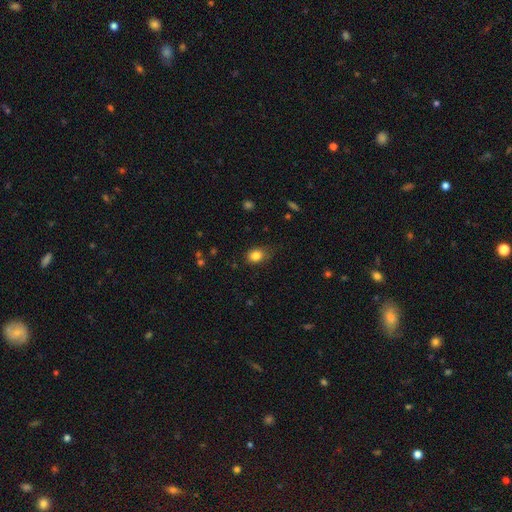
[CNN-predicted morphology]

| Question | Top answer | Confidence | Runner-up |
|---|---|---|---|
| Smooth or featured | smooth | 84% | star or artifact (11%) |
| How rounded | in between | 54% | round (45%) |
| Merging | none | 72% | minor disturbance (22%) |